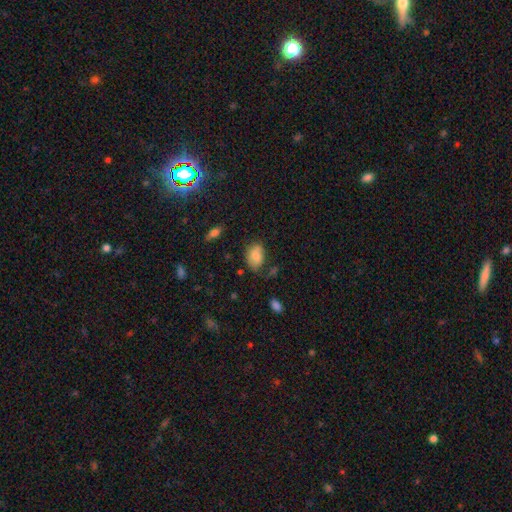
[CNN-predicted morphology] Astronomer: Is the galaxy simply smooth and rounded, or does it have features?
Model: smooth — 82%.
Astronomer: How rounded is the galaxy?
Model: in between — 82%.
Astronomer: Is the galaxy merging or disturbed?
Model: none — 60%.